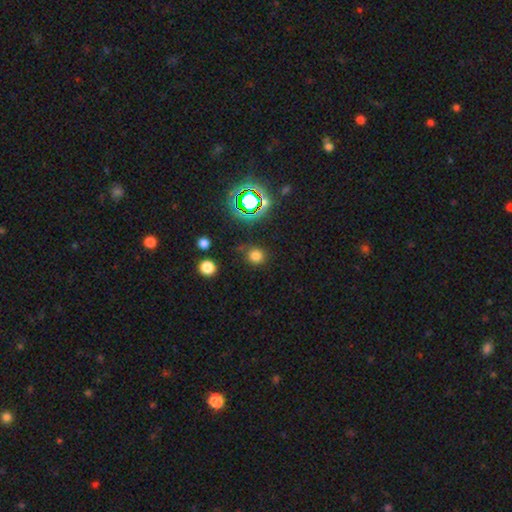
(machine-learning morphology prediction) This appears to be a smooth galaxy with no disk features (72%) that is round (85%). Merging: none (79%).